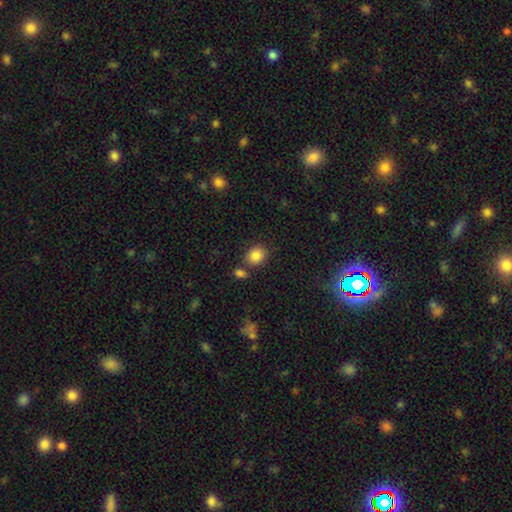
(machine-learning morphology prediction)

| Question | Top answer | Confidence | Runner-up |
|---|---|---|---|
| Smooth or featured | smooth | 85% | star or artifact (10%) |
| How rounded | round | 62% | in between (37%) |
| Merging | none | 73% | merger (12%) |